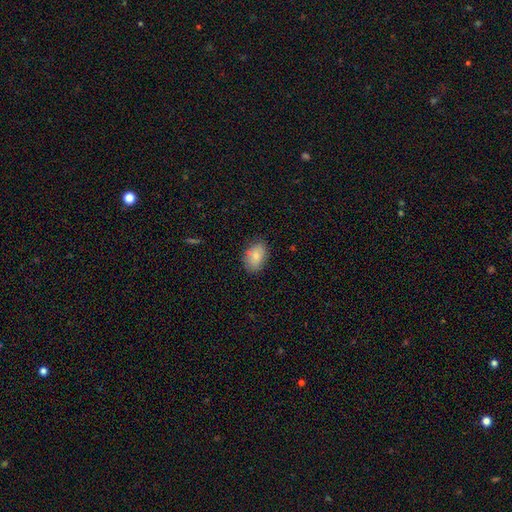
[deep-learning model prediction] Smooth or featured? Predicted: smooth (p=0.80). How rounded? Predicted: in between (p=0.86). Merging? Predicted: none (p=0.78).